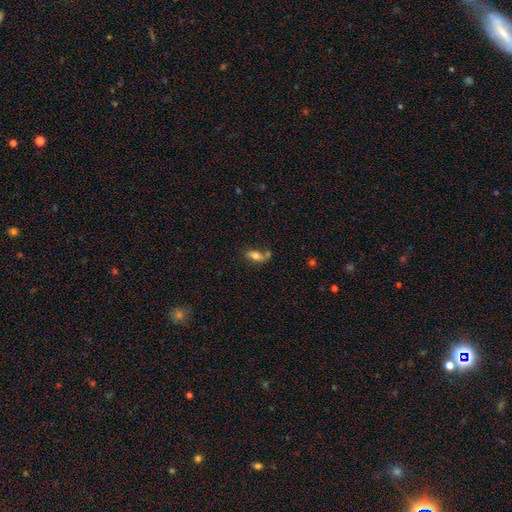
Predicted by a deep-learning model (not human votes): The model was most divided on "merging": none: 47%, merger: 26%, minor disturbance: 19%, major disturbance: 7%. More confident: how rounded — in between (80%); smooth or featured — smooth (70%).